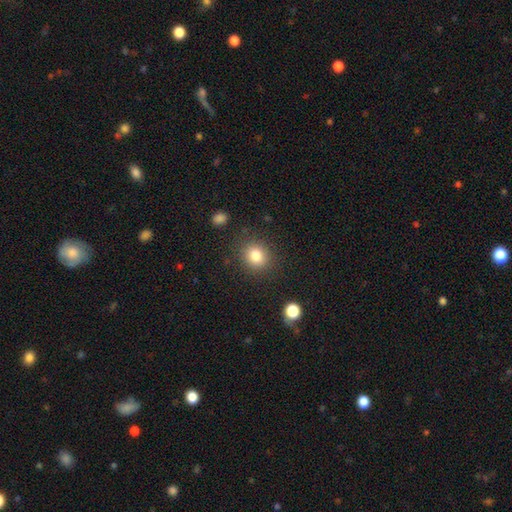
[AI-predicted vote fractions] A smooth galaxy with no disk features (82%) that is round (79%). Merging: none (86%).